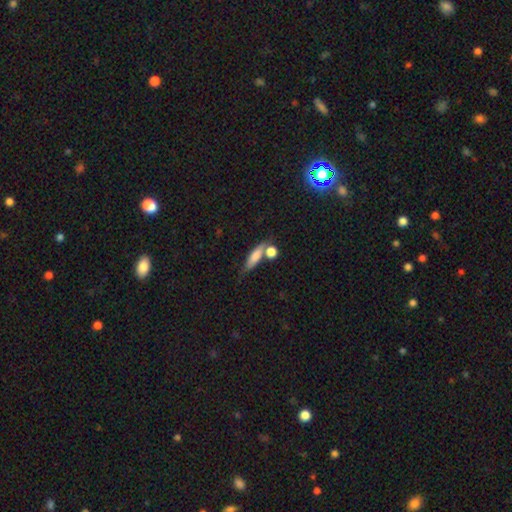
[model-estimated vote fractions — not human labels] Smooth or featured? Predicted: smooth (p=0.70). How rounded? Predicted: cigar-shaped (p=0.56). Merging? Predicted: none (p=0.56).